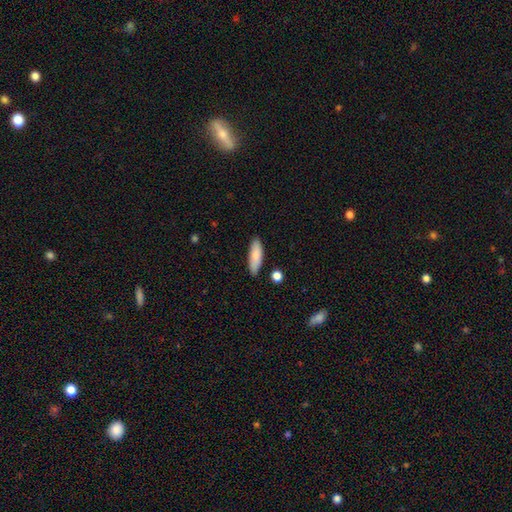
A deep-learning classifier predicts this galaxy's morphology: Smooth or featured: smooth — 85% (featured or disk — 9%)
How rounded: in between — 56% (cigar-shaped — 42%)
Merging: none — 85% (minor disturbance — 10%)